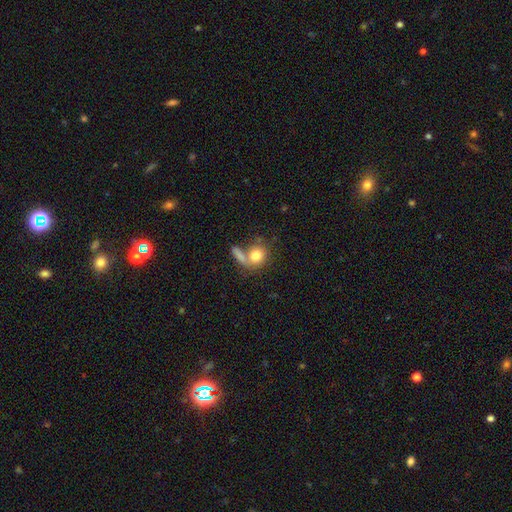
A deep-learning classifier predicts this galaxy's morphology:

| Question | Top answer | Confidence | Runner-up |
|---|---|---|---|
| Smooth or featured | smooth | 78% | featured or disk (14%) |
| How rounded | round | 70% | in between (27%) |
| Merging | none | 43% | merger (36%) |